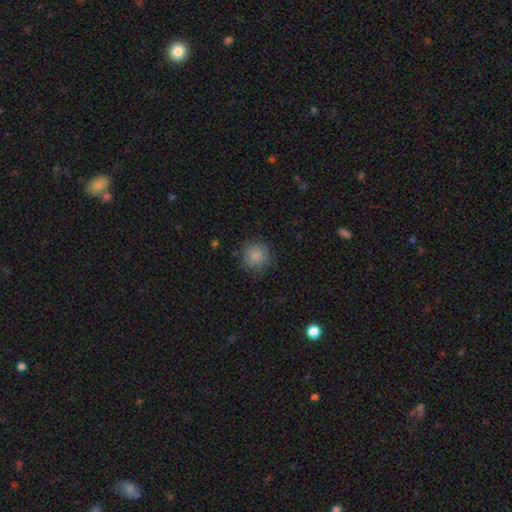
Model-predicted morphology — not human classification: Q: Smooth or featured?
A: smooth (86%); runner-up: star or artifact (9%)
Q: How rounded?
A: round (93%); runner-up: in between (6%)
Q: Merging?
A: none (85%); runner-up: minor disturbance (11%)